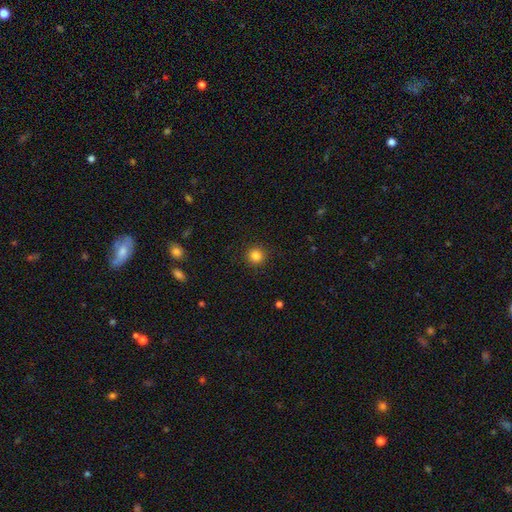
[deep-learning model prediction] The model was most divided on "smooth or featured": smooth: 84%, star or artifact: 12%, featured or disk: 4%. More confident: how rounded — round (94%); merging — none (92%).